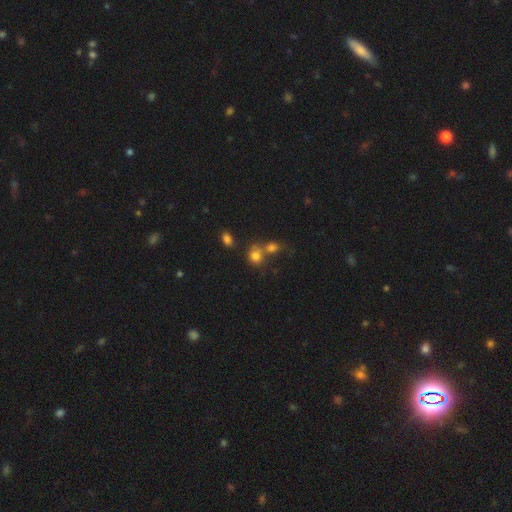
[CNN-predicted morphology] This is likely a smooth galaxy (77%). How rounded: likely round (71%). Merging: marginally none (43%).